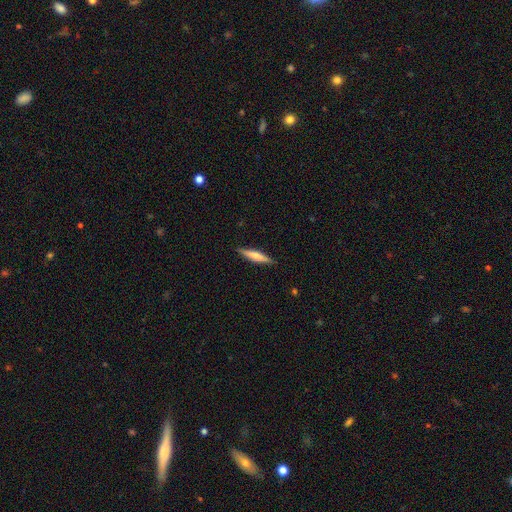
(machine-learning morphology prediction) This appears to be a smooth galaxy with no disk features (53%) that is cigar-shaped (87%). Merging: none (89%).